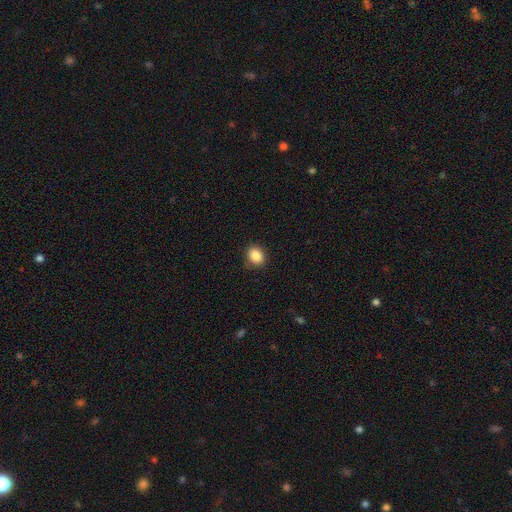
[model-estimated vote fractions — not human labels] smooth-or-featured: smooth: 87% | star or artifact: 9% | featured or disk: 4%
  how-rounded: round: 54% | in between: 45% | cigar-shaped: 1%
  merging: none: 86% | minor disturbance: 10% | major disturbance: 2% | merger: 1%